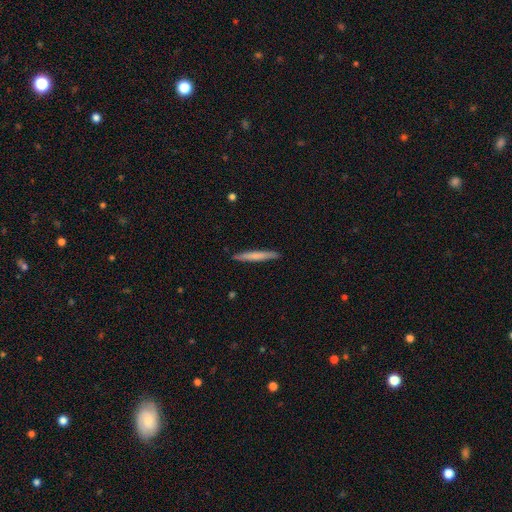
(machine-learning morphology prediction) smooth_or_featured: smooth (p=0.65) [alt: featured or disk p=0.30]
how_rounded: cigar-shaped (p=0.96) [alt: in between p=0.03]
merging: none (p=0.90) [alt: minor disturbance p=0.07]